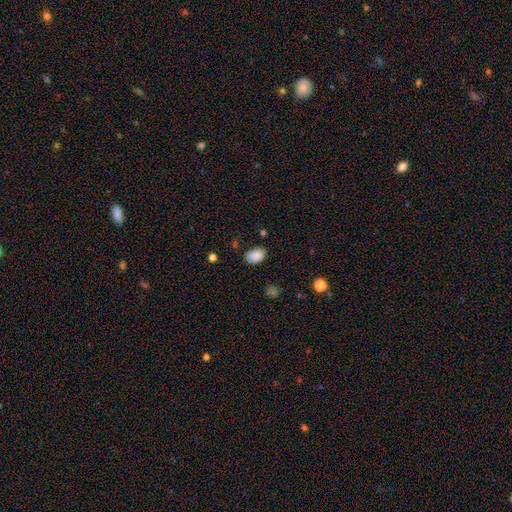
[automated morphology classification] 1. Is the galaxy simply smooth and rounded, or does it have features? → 88% smooth, 8% star or artifact, 4% featured or disk.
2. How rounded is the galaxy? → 84% in between, 15% round, 1% cigar-shaped.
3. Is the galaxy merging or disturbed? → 78% none, 16% minor disturbance, 4% major disturbance, 2% merger.